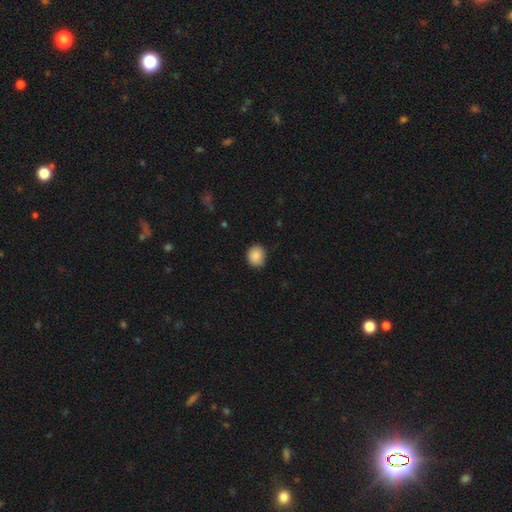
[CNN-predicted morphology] Smooth or featured? smooth (88%)
How rounded? round (76%)
Merging? none (80%)